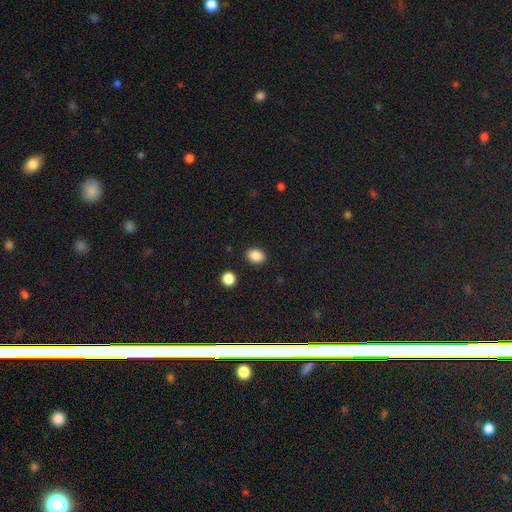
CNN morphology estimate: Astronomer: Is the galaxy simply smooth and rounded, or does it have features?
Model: smooth — 87%.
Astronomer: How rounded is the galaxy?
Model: in between — 69%.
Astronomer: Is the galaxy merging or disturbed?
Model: none — 88%.